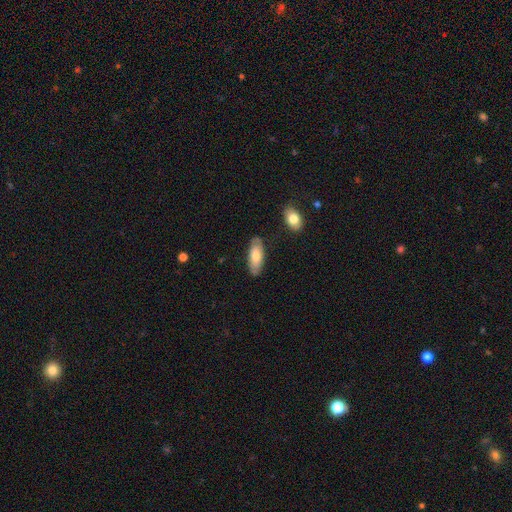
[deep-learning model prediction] smooth-or-featured: smooth: 69% | featured or disk: 25% | star or artifact: 6%
  how-rounded: in between: 78% | cigar-shaped: 20% | round: 2%
  merging: none: 79% | minor disturbance: 15% | major disturbance: 3% | merger: 2%